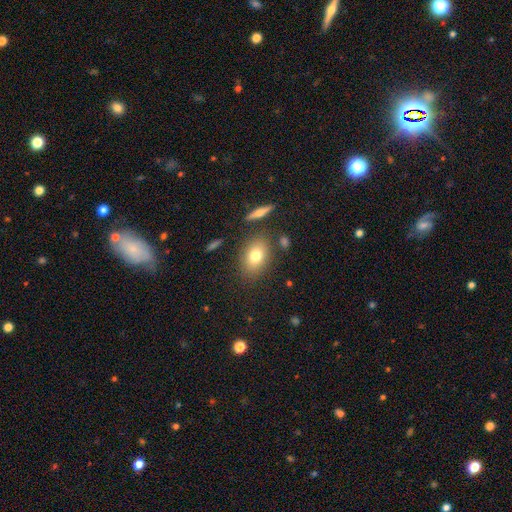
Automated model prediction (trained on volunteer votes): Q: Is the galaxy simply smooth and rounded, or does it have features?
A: smooth — 76%.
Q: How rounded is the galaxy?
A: in between — 76%.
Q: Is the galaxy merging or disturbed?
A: none — 80%.